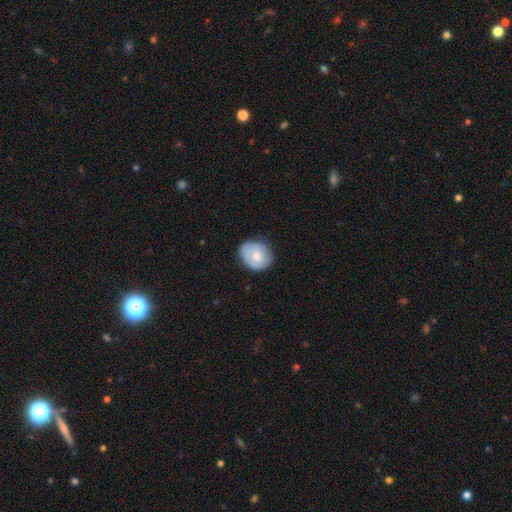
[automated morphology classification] Q: Smooth or featured?
A: smooth (65%); runner-up: featured or disk (29%)
Q: How rounded?
A: round (64%); runner-up: in between (35%)
Q: Merging?
A: none (67%); runner-up: minor disturbance (25%)